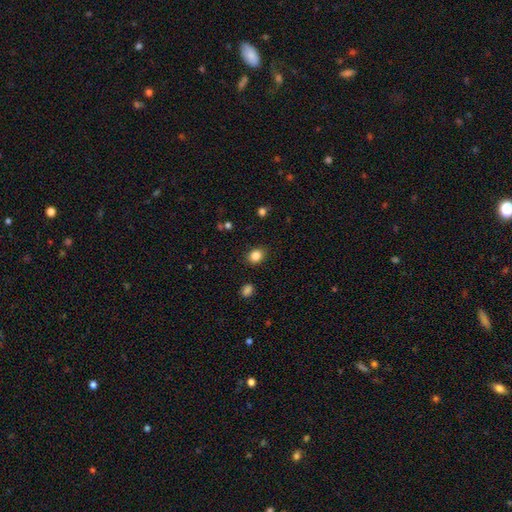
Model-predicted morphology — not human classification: This appears to be a smooth galaxy with no disk features (85%) that is round (55%). Merging: none (88%).